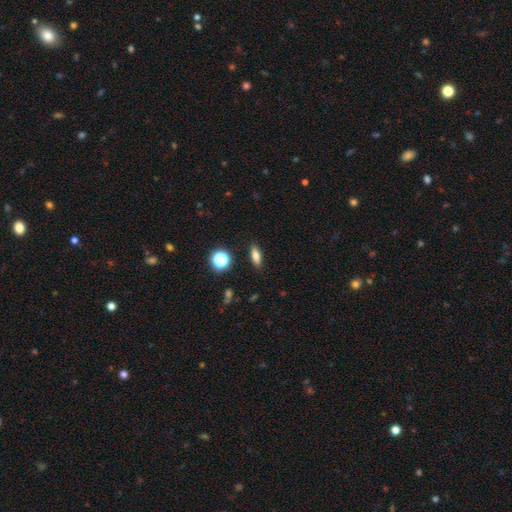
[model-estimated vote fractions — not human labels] This appears to be a smooth galaxy with no disk features (75%) that is in between round and cigar-shaped (59%). Merging: none (88%).